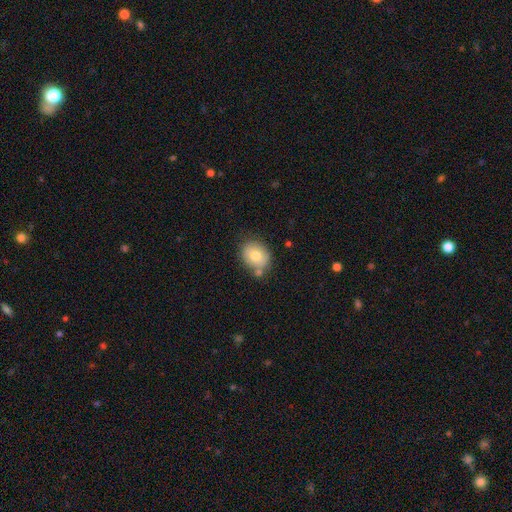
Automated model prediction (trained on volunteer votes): Smooth or featured?
  - smooth: 71% *
  - featured or disk: 21%
  - star or artifact: 8%
How rounded?
  - round: 58% *
  - in between: 41%
  - cigar-shaped: 1%
Merging?
  - none: 65% *
  - minor disturbance: 18%
  - merger: 12%
  - major disturbance: 4%